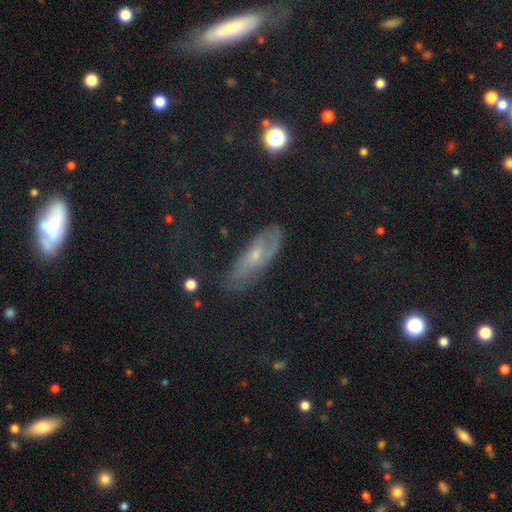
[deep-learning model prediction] Overall: featured or disk (42%; smooth 34%). Merging: none (70%).